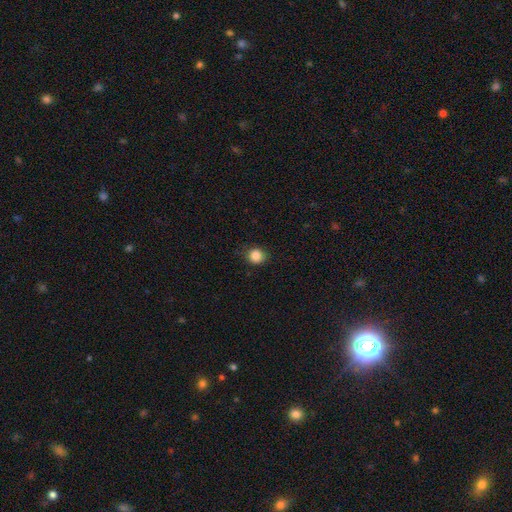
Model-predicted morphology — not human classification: type=smooth (86%); roundness=round (89%); merging=none (86%).